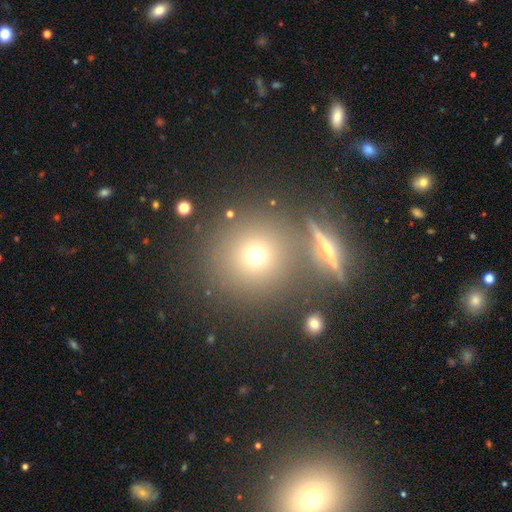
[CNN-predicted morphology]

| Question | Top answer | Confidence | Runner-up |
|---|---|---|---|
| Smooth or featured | smooth | 63% | star or artifact (22%) |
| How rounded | round | 92% | in between (6%) |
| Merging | none | 79% | merger (9%) |